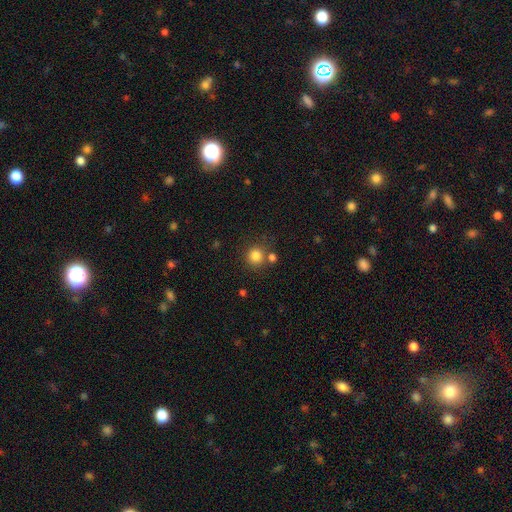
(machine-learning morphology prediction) type=smooth (83%); roundness=round (92%); merging=none (73%).